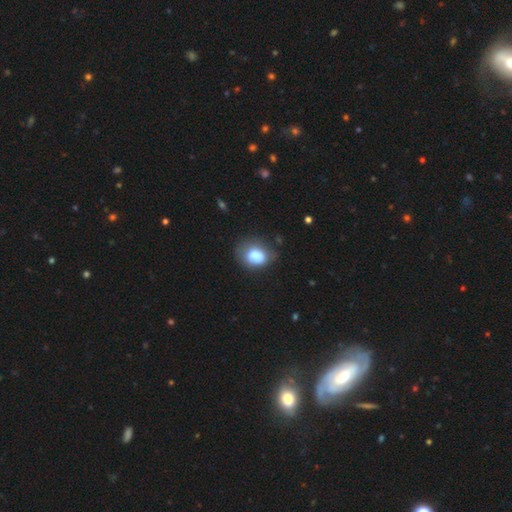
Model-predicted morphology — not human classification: smooth_or_featured: smooth (p=0.80) [alt: featured or disk p=0.12]
how_rounded: in between (p=0.55) [alt: round p=0.44]
merging: none (p=0.51) [alt: minor disturbance p=0.32]